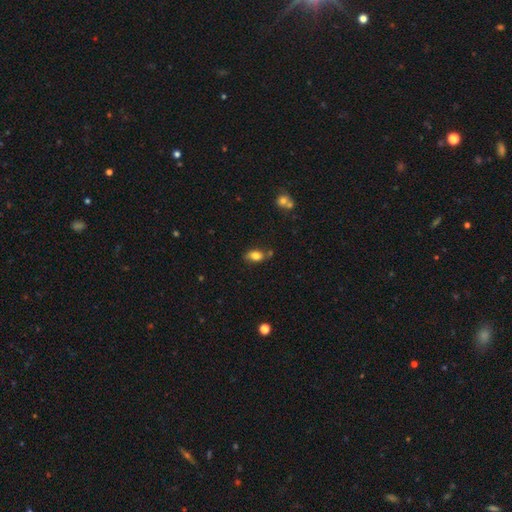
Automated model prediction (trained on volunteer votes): Morphology: type=smooth (80%); roundness=in between (85%); merging=none (67%).